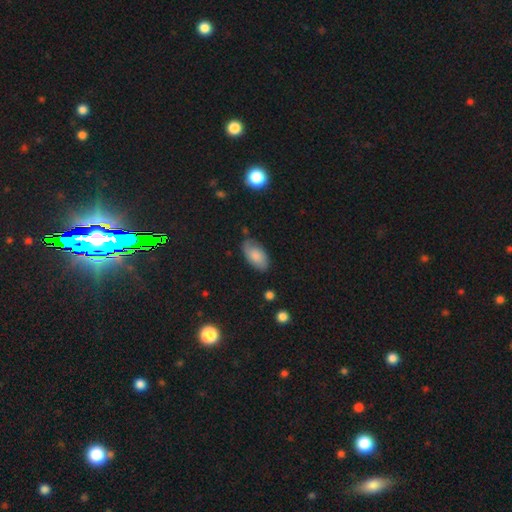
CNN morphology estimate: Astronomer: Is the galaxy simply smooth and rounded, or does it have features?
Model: smooth — 80%.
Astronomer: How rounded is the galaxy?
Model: in between — 94%.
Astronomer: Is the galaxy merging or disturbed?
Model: none — 74%.